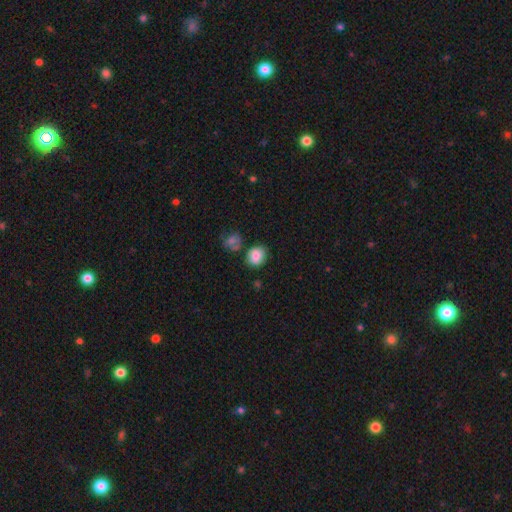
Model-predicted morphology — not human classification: Smooth or featured? smooth (82%)
How rounded? round (57%)
Merging? none (66%)